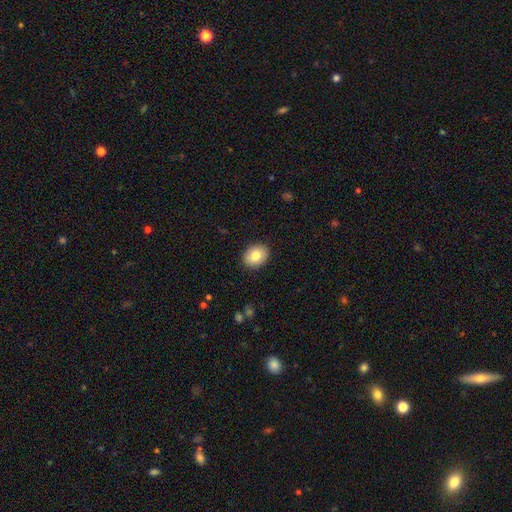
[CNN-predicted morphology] A smooth galaxy with no disk features (81%) that is in between round and cigar-shaped (60%). Merging: none (90%).